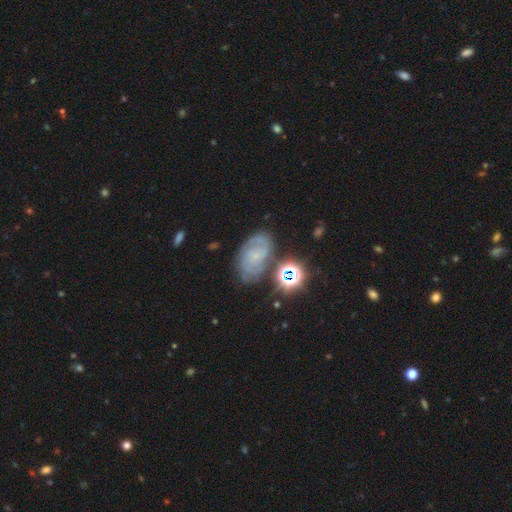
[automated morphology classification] This appears to be a featured or disk galaxy (67%) with no bar (56%), 2 (49%) tight (49%) spiral arms (91%) and a small central bulge (68%). Merging: none (68%).